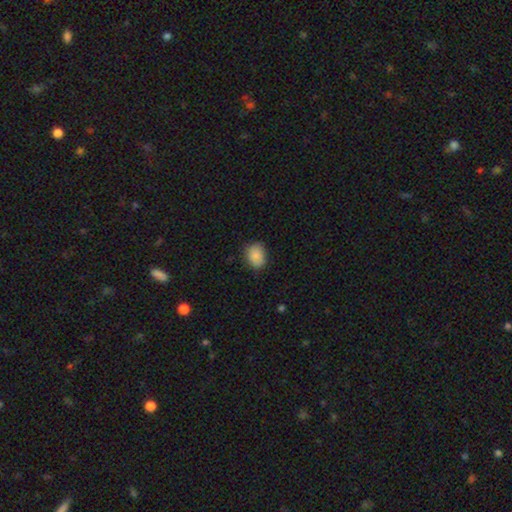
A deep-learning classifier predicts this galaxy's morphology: Smooth or featured? Predicted: smooth (p=0.86). How rounded? Predicted: in between (p=0.60). Merging? Predicted: none (p=0.79).